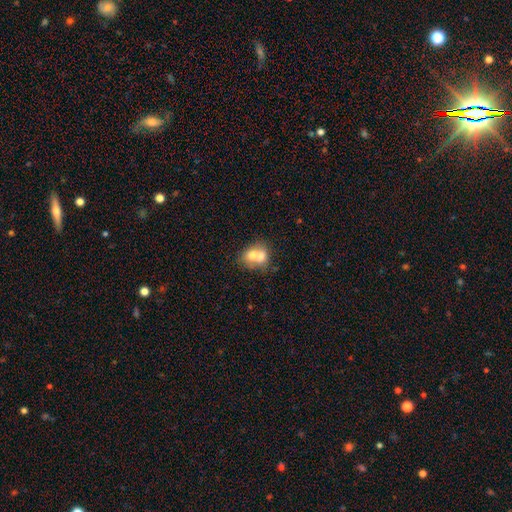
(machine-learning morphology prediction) smooth_or_featured: smooth (p=0.65) [alt: featured or disk p=0.26]
how_rounded: round (p=0.58) [alt: in between p=0.41]
merging: merger (p=0.69) [alt: none p=0.22]